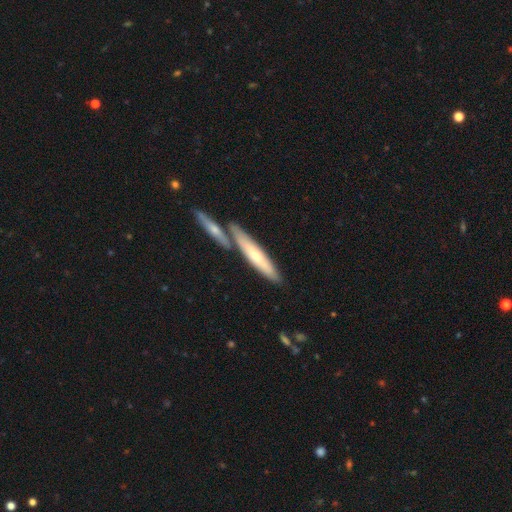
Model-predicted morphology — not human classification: type=smooth (54%); roundness=cigar-shaped (86%); merging=none (63%).